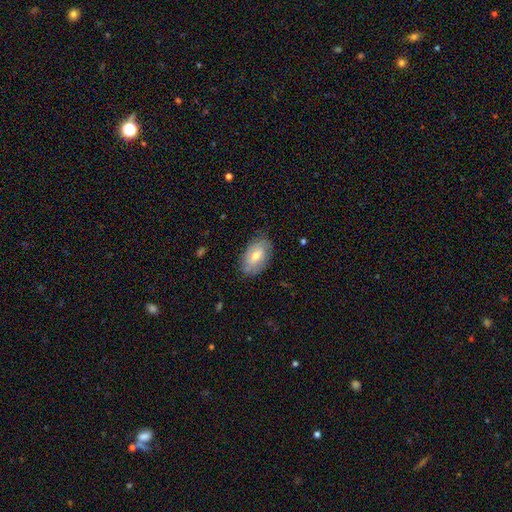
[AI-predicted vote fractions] smooth_or_featured: smooth (p=0.54) [alt: featured or disk p=0.39]
how_rounded: in between (p=0.92) [alt: round p=0.06]
merging: none (p=0.79) [alt: minor disturbance p=0.17]